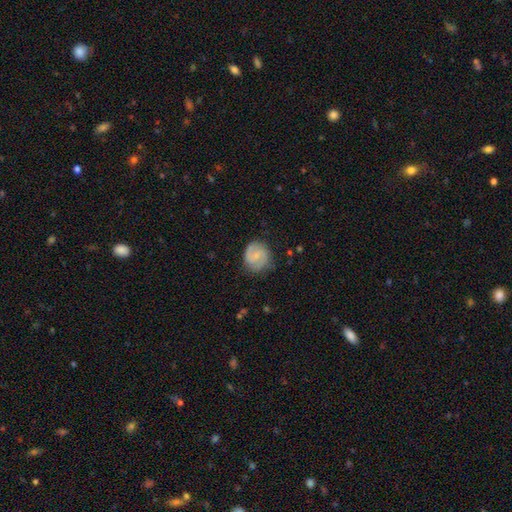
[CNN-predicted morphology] Overall: featured or disk (66%; smooth 28%). Edge-on disk: no (98%). Bar: no (48%; weak 44%). Spiral arms: yes (93%). Spiral arm count: 2 (86%). Spiral winding: medium (47%; tight 38%). Bulge size: small (62%; moderate 23%). Merging: none (78%).